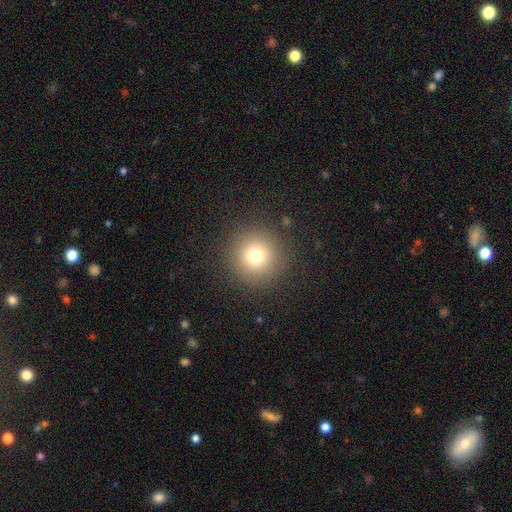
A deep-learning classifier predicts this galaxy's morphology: type=smooth (73%); roundness=round (96%); merging=none (89%).